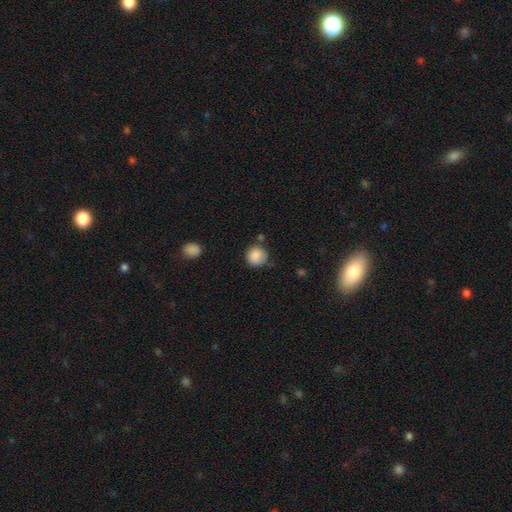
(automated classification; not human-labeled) Smooth or featured: smooth — 88% (star or artifact — 9%)
How rounded: round — 89% (in between — 10%)
Merging: none — 73% (minor disturbance — 18%)